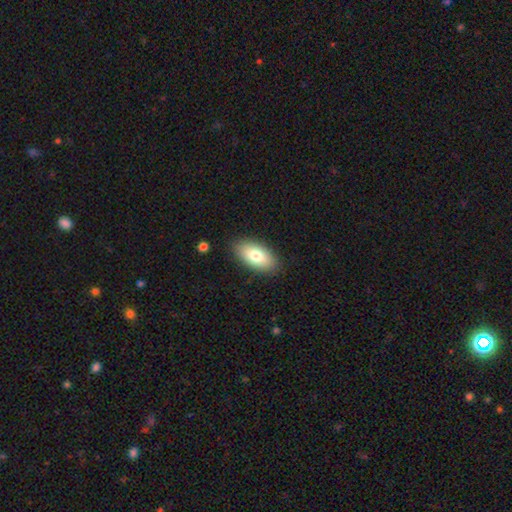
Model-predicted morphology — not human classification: The model was most divided on "smooth or featured": smooth: 78%, featured or disk: 15%, star or artifact: 7%. More confident: how rounded — in between (93%); merging — none (87%).